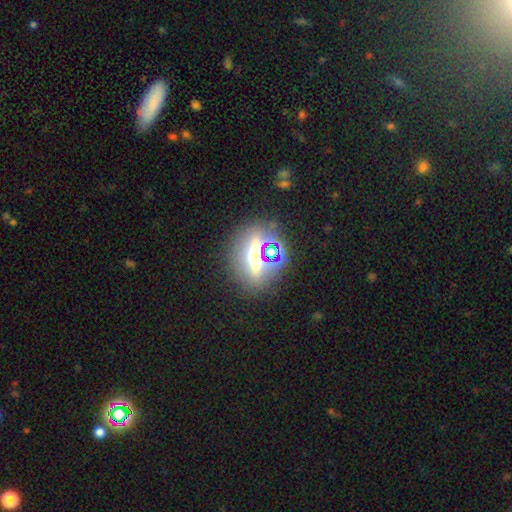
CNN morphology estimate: smooth-or-featured: featured or disk: 37% | star or artifact: 33% | smooth: 30%
  merging: none: 76% | minor disturbance: 10% | merger: 8% | major disturbance: 6%